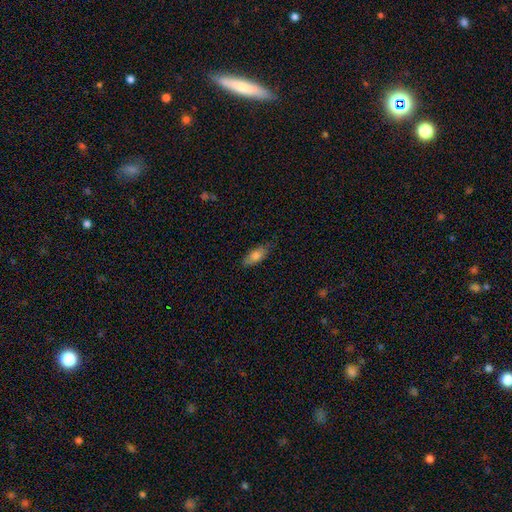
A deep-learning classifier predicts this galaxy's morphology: A smooth galaxy with no disk features (80%) that is in between round and cigar-shaped (81%).

Vote fractions:
- Smooth or featured? smooth: 80% / featured or disk: 14% / star or artifact: 7%
- How rounded? in between: 81% / cigar-shaped: 16% / round: 2%
- Merging? none: 75% / minor disturbance: 20% / major disturbance: 4% / merger: 1%